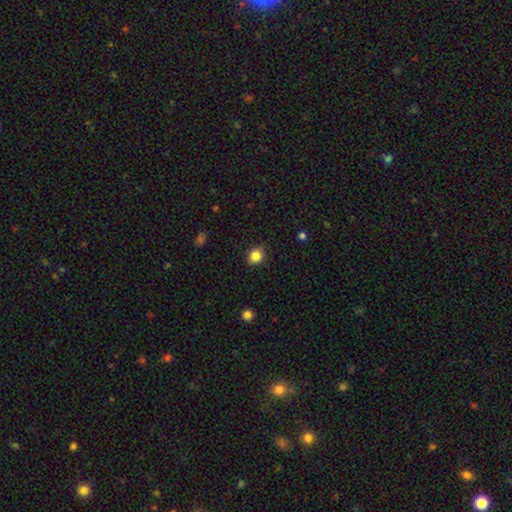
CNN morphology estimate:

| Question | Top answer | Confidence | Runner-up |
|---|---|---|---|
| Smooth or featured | smooth | 85% | star or artifact (11%) |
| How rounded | round | 82% | in between (17%) |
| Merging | none | 89% | minor disturbance (8%) |